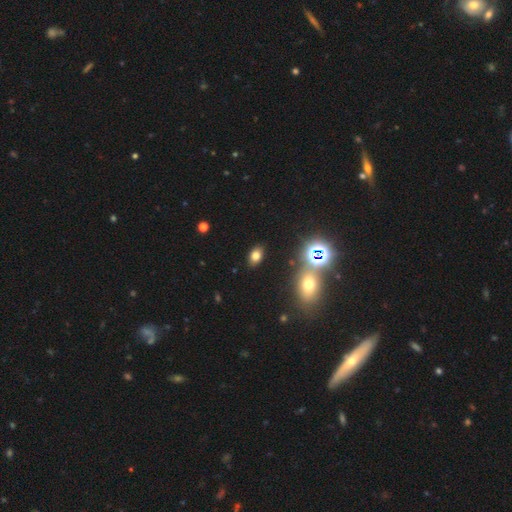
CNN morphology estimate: The model was most divided on "smooth or featured": smooth: 73%, star or artifact: 18%, featured or disk: 9%. More confident: merging — none (87%); how rounded — in between (83%).